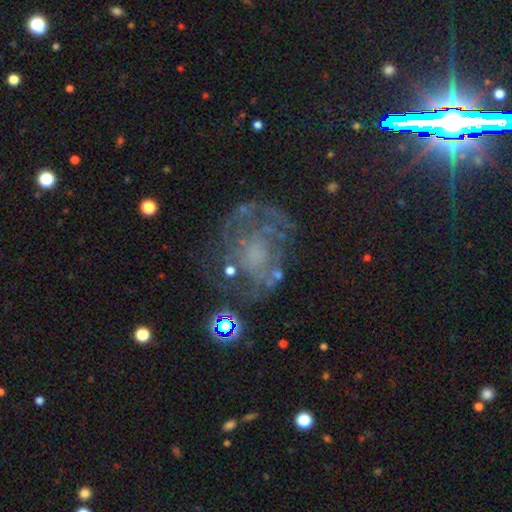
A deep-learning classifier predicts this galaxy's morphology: smooth_or_featured: featured or disk (p=0.68) [alt: star or artifact p=0.16]
disk_edge_on: no (p=0.98) [alt: yes p=0.02]
bar: no (p=0.79) [alt: weak p=0.17]
has_spiral_arms: yes (p=0.69) [alt: no p=0.31]
bulge_size: none (p=0.46) [alt: moderate p=0.22]
merging: none (p=0.58) [alt: major disturbance p=0.19]